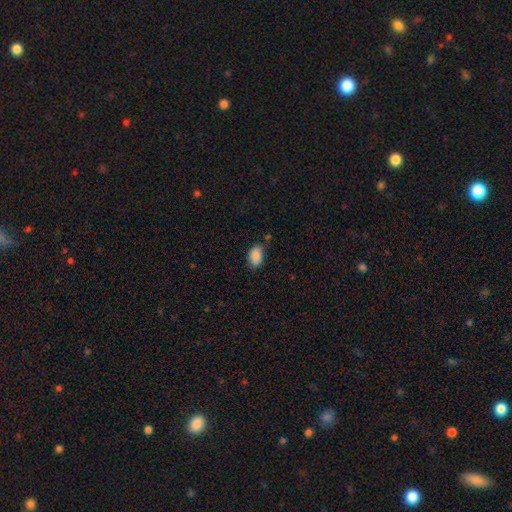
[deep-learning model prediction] A smooth galaxy with no disk features (88%) that is in between round and cigar-shaped (90%).

Vote fractions:
- Smooth or featured? smooth: 88% / star or artifact: 8% / featured or disk: 4%
- How rounded? in between: 90% / round: 9% / cigar-shaped: 1%
- Merging? none: 71% / minor disturbance: 22% / major disturbance: 4% / merger: 3%